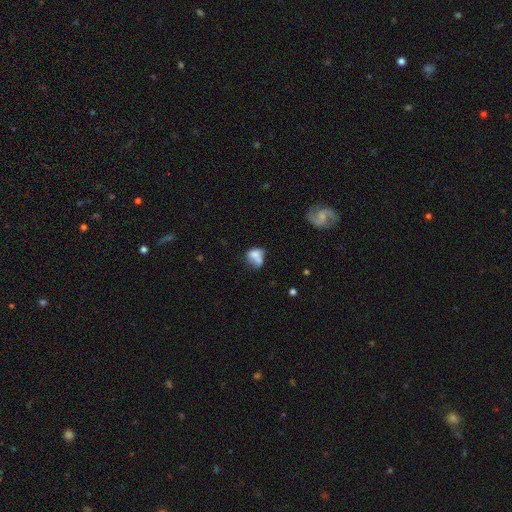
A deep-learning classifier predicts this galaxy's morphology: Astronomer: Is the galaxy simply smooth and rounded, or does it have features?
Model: smooth — 65%.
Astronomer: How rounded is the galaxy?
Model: in between — 65%.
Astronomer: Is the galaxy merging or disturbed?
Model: merger — 34% (runner-up: none, 27%).